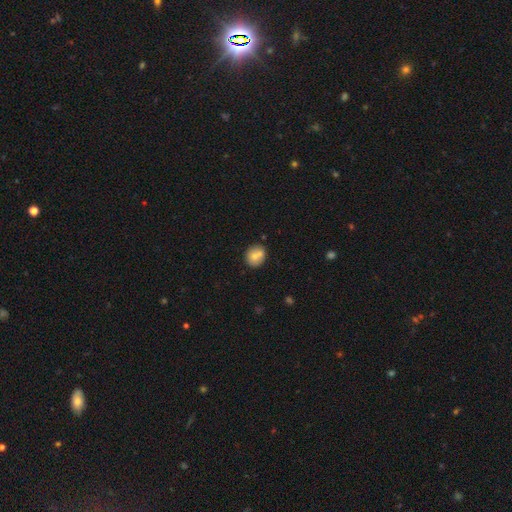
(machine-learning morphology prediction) Smooth or featured? smooth (74%)
How rounded? round (72%)
Merging? none (63%)